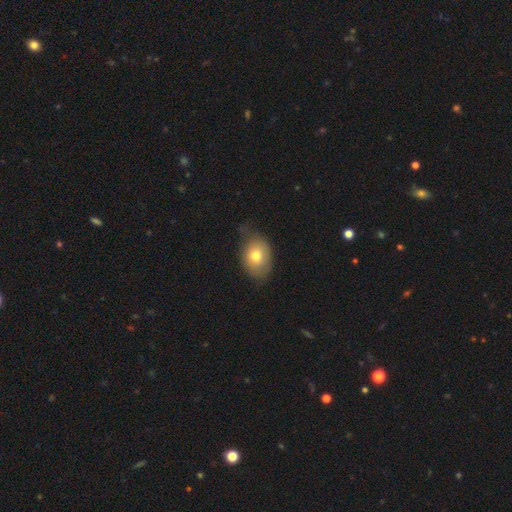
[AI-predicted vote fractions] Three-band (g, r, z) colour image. It shows a smooth galaxy with no disk features (75%) that is in between round and cigar-shaped (71%). Merging: none (59%).